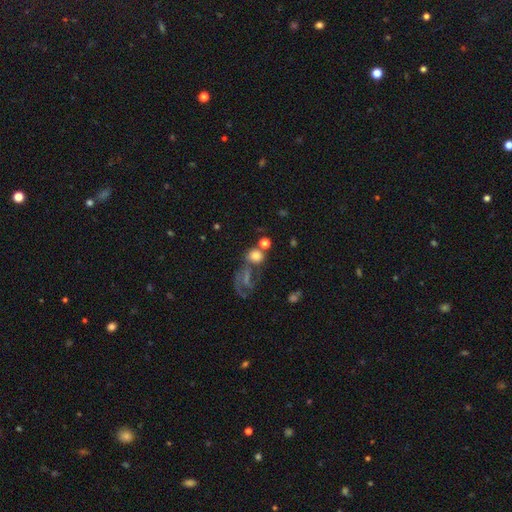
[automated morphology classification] The model was most divided on "merging": none: 47%, merger: 30%, minor disturbance: 12%, major disturbance: 11%. More confident: how rounded — round (80%); smooth or featured — smooth (71%).